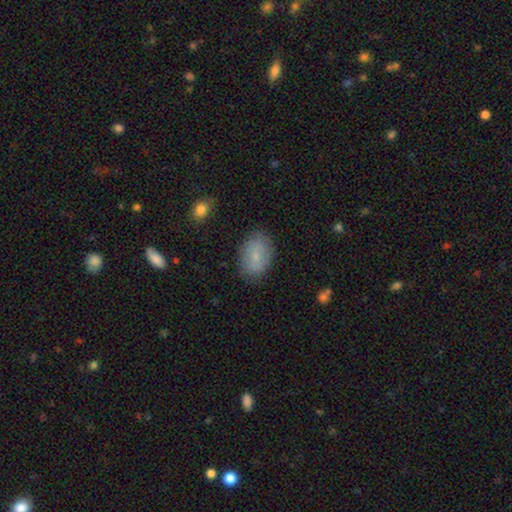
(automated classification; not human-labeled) This appears to be a smooth galaxy with no disk features (77%) that is in between round and cigar-shaped (86%). Merging: none (82%).